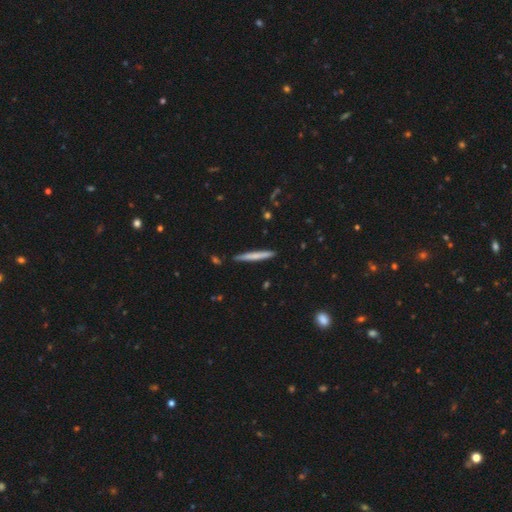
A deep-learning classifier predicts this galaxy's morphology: A smooth galaxy with no disk features (66%) that is cigar-shaped (96%).

Vote fractions:
- Smooth or featured? smooth: 66% / featured or disk: 29% / star or artifact: 5%
- How rounded? cigar-shaped: 96% / in between: 3% / round: 1%
- Merging? none: 89% / minor disturbance: 8% / merger: 2% / major disturbance: 1%